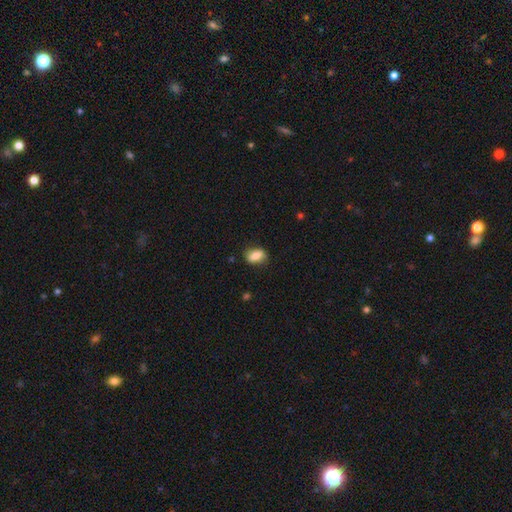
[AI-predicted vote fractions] smooth 84%, featured or disk 9%, star or artifact 8%. Down the decision tree: how rounded — in between (83%); merging — none (77%).